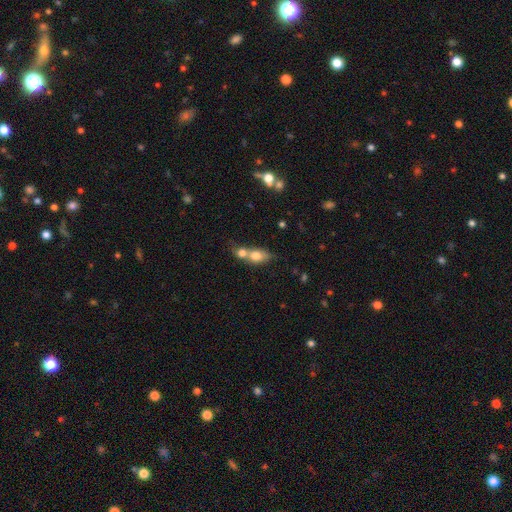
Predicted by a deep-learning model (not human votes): Smooth or featured? Predicted: smooth (p=0.73). How rounded? Predicted: in between (p=0.64). Merging? Predicted: merger (p=0.72).